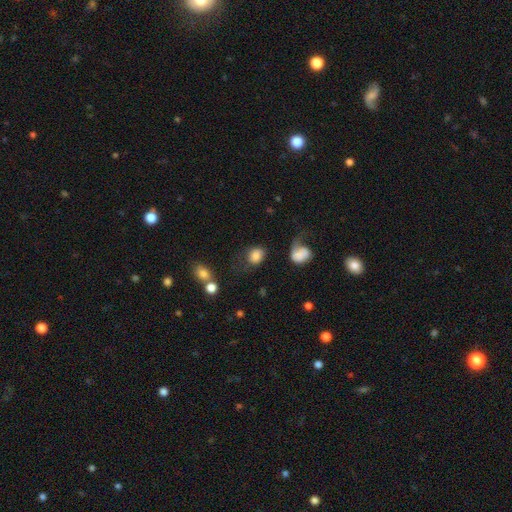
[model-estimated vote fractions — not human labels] smooth_or_featured: smooth (p=0.81) [alt: featured or disk p=0.10]
how_rounded: round (p=0.51) [alt: in between p=0.48]
merging: none (p=0.50) [alt: major disturbance p=0.22]